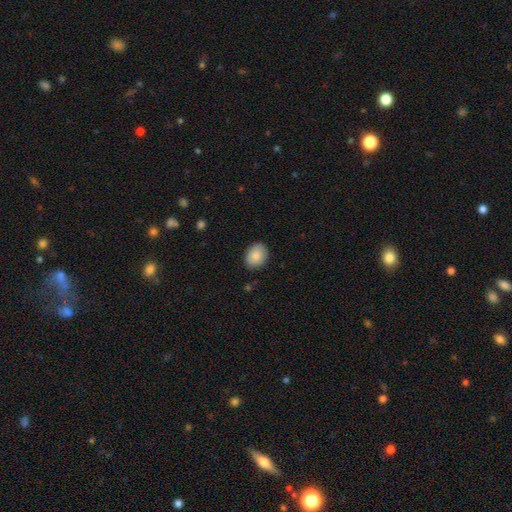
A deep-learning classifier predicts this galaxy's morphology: This is clearly a smooth galaxy (86%). How rounded: possibly in between (56%). Merging: clearly none (87%).